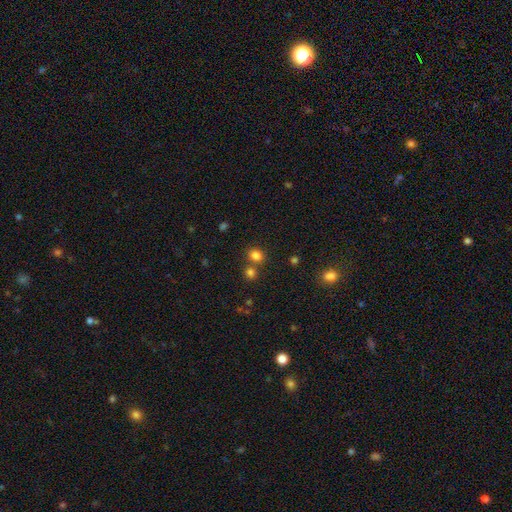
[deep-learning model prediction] Overall: smooth (80%). How rounded: round (64%; in between 35%). Merging: none (66%).